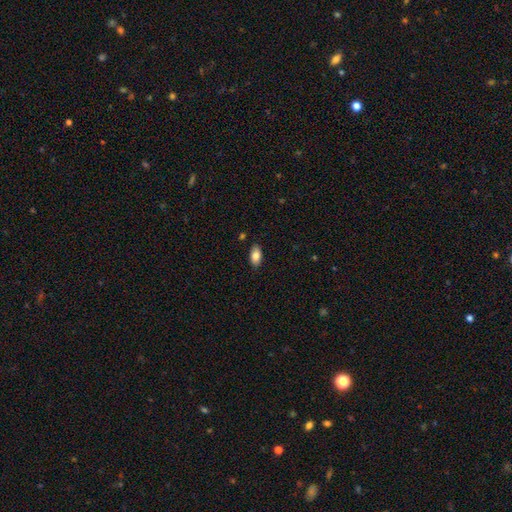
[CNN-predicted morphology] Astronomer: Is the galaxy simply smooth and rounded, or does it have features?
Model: smooth — 84%.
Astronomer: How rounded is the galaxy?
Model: in between — 93%.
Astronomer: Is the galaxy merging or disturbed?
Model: none — 87%.